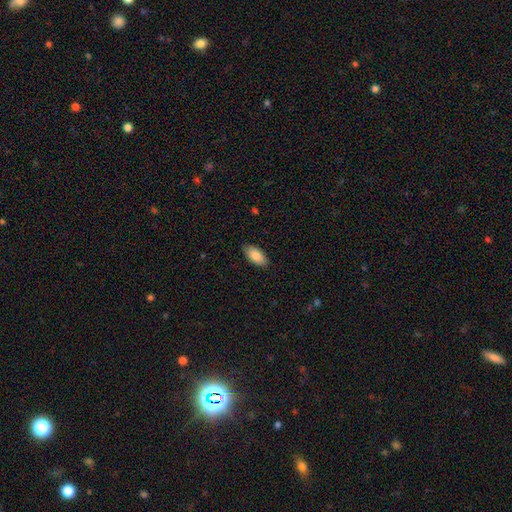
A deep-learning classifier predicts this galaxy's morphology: Smooth or featured?
  - smooth: 88% *
  - featured or disk: 6%
  - star or artifact: 6%
How rounded?
  - in between: 92% *
  - cigar-shaped: 6%
  - round: 2%
Merging?
  - none: 87% *
  - minor disturbance: 10%
  - major disturbance: 2%
  - merger: 1%